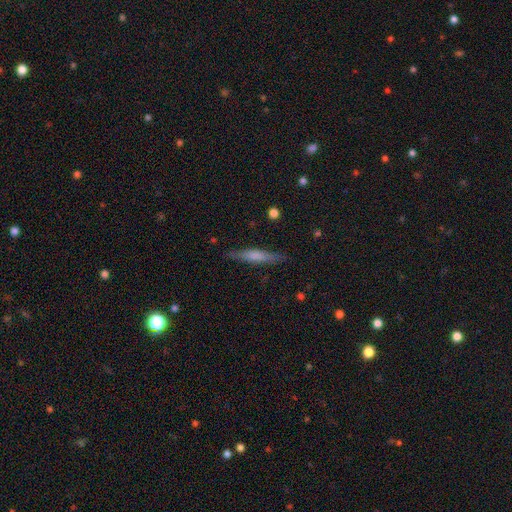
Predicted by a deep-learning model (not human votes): Smooth or featured? Predicted: smooth (p=0.48). Merging? Predicted: none (p=0.86).